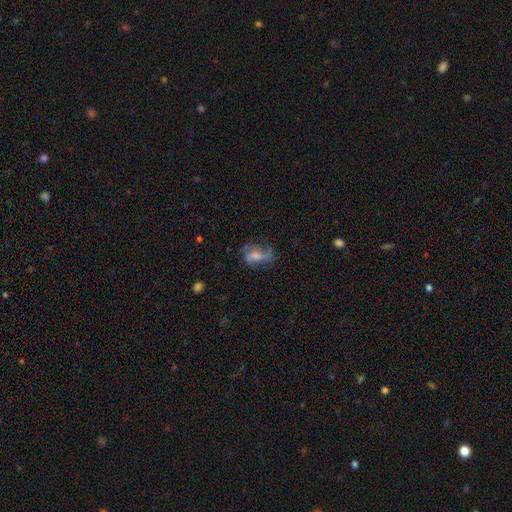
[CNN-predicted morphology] This is possibly a featured or disk galaxy (48%). Merging: possibly none (46%).